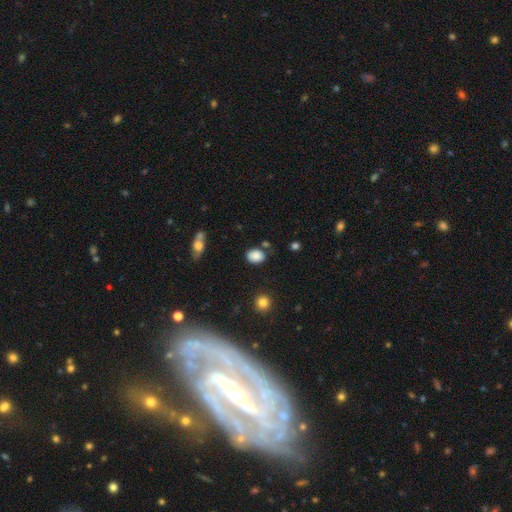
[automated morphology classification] A smooth galaxy with no disk features (85%) that is in between round and cigar-shaped (63%). Merging: none (74%).